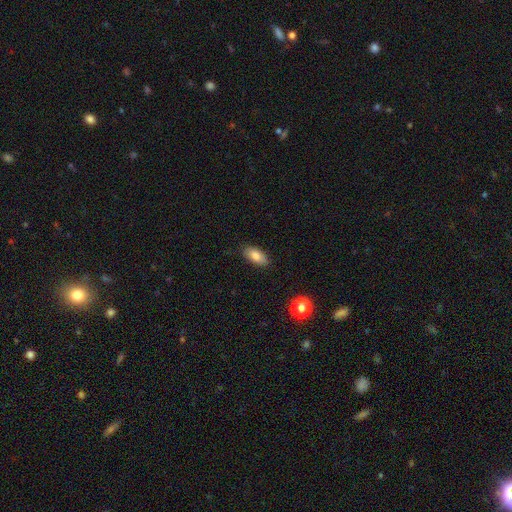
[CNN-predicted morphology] smooth-or-featured: smooth: 83% | featured or disk: 9% | star or artifact: 8%
  how-rounded: in between: 89% | cigar-shaped: 7% | round: 3%
  merging: none: 84% | minor disturbance: 12% | major disturbance: 2% | merger: 1%